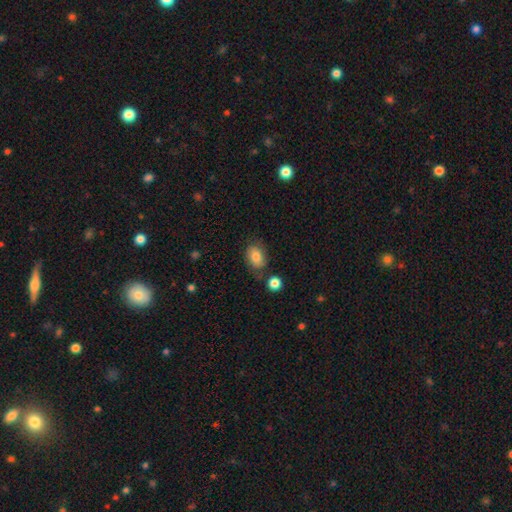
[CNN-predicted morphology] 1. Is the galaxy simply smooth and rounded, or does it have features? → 76% smooth, 15% featured or disk, 9% star or artifact.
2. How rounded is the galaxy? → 77% in between, 21% round, 1% cigar-shaped.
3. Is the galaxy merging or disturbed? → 69% none, 19% minor disturbance, 6% major disturbance, 6% merger.